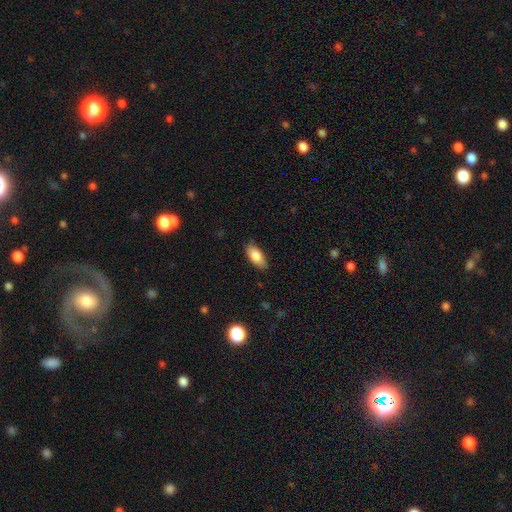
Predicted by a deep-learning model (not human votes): smooth-or-featured: smooth: 83% | featured or disk: 11% | star or artifact: 7%
  how-rounded: in between: 86% | cigar-shaped: 12% | round: 2%
  merging: none: 83% | minor disturbance: 13% | major disturbance: 3% | merger: 1%